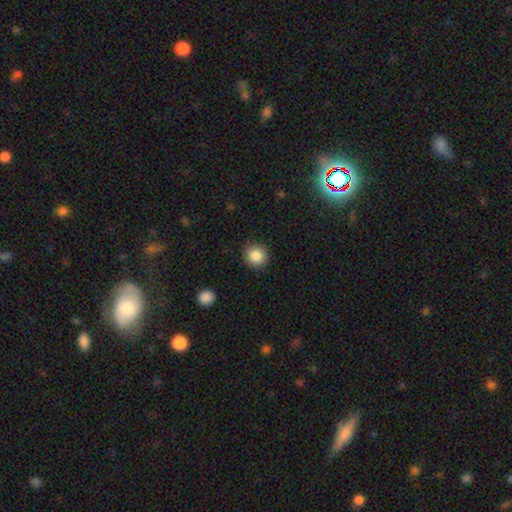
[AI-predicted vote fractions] smooth-or-featured: smooth: 87% | star or artifact: 10% | featured or disk: 4%
  how-rounded: round: 92% | in between: 7% | cigar-shaped: 1%
  merging: none: 89% | minor disturbance: 8% | major disturbance: 2% | merger: 1%